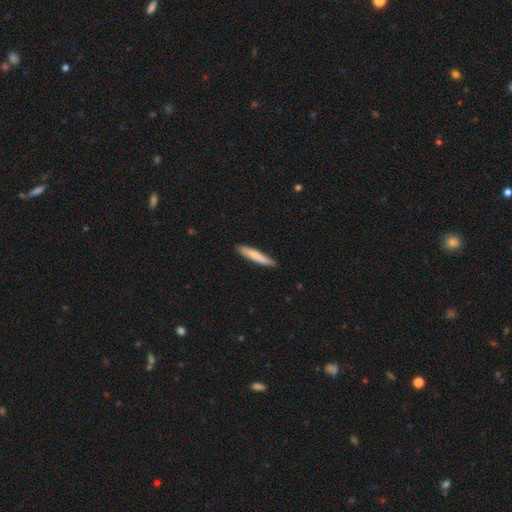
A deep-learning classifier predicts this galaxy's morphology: Smooth or featured? smooth (76%)
How rounded? cigar-shaped (91%)
Merging? none (85%)